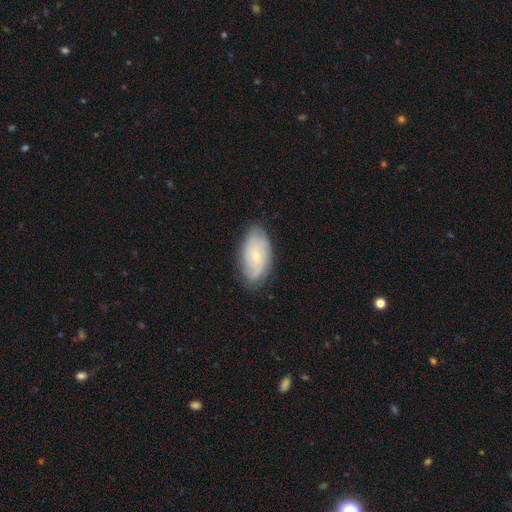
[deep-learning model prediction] Morphology: type=featured or disk (58%); edge-on=no (93%); bar=no (77%); spiral arms=yes (82%); bulge=small (68%); merging=none (80%).